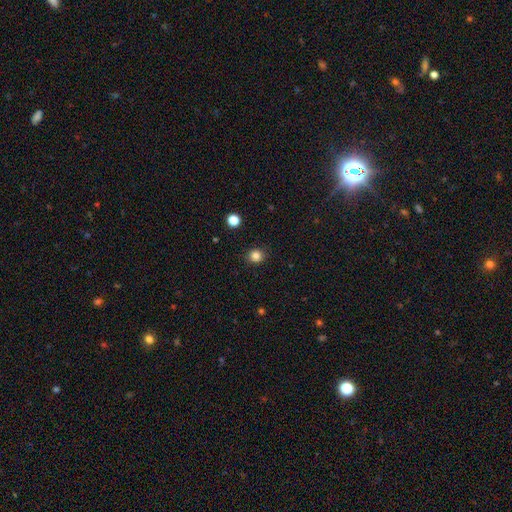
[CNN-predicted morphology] smooth 83%, star or artifact 12%, featured or disk 4%. Down the decision tree: how rounded — round (84%); merging — none (89%).